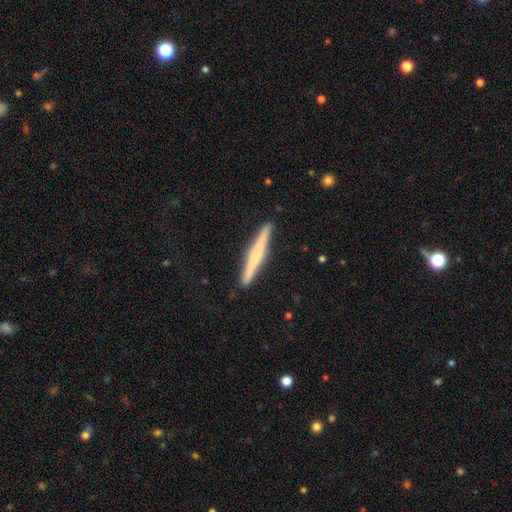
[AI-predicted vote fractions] Smooth or featured?
  - featured or disk: 52% *
  - smooth: 42%
  - star or artifact: 6%
Edge-on disk?
  - yes: 97% *
  - no: 3%
Edge-on bulge?
  - rounded: 47% *
  - none: 39%
  - boxy: 14%
Merging?
  - none: 91% *
  - minor disturbance: 6%
  - major disturbance: 1%
  - merger: 1%